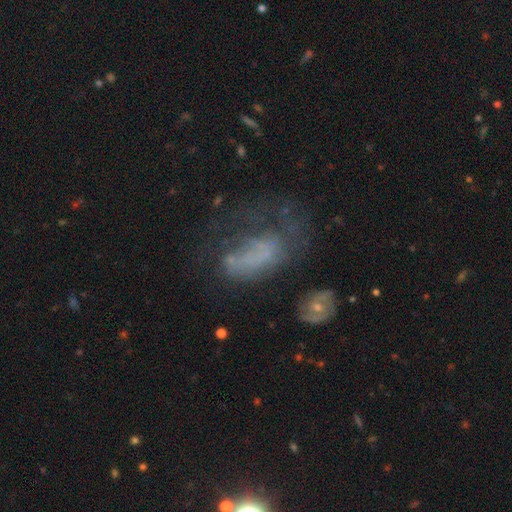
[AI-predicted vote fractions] This appears to be a featured or disk galaxy (44%). Merging: major disturbance (50%).